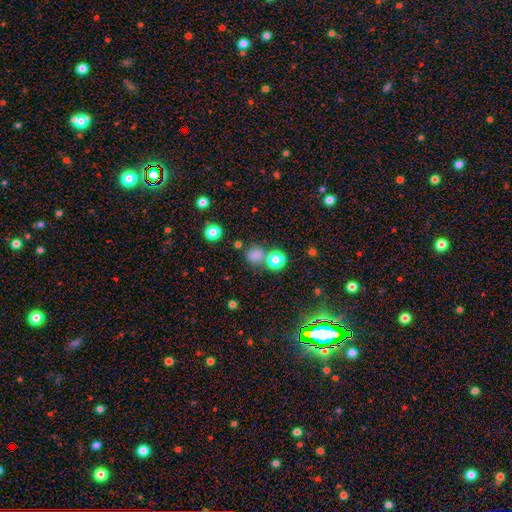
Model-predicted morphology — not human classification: Smooth or featured? Predicted: smooth (p=0.71). How rounded? Predicted: round (p=0.81). Merging? Predicted: none (p=0.67).